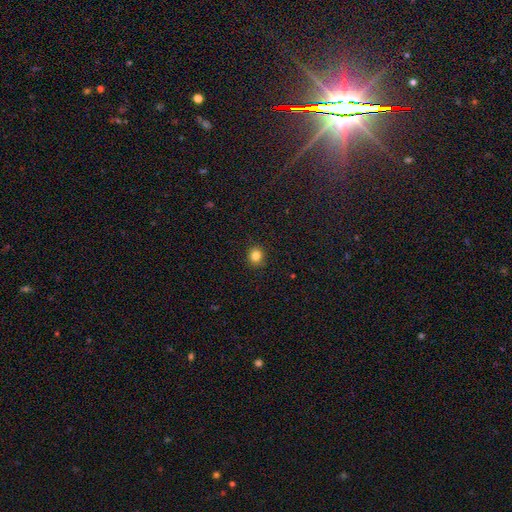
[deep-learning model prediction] Morphology: type=smooth (83%); roundness=round (80%); merging=none (91%).